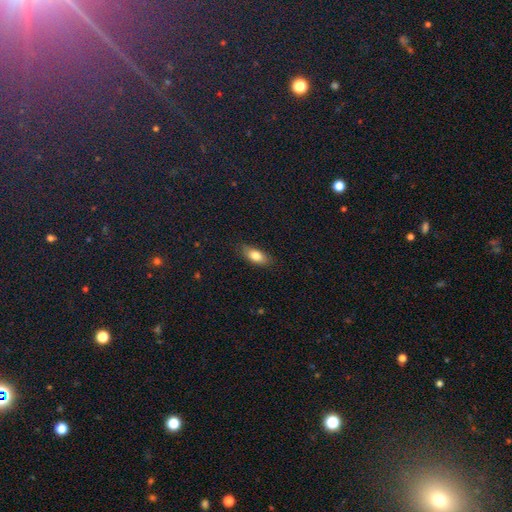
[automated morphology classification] Smooth or featured? Predicted: smooth (p=0.80). How rounded? Predicted: in between (p=0.82). Merging? Predicted: none (p=0.82).